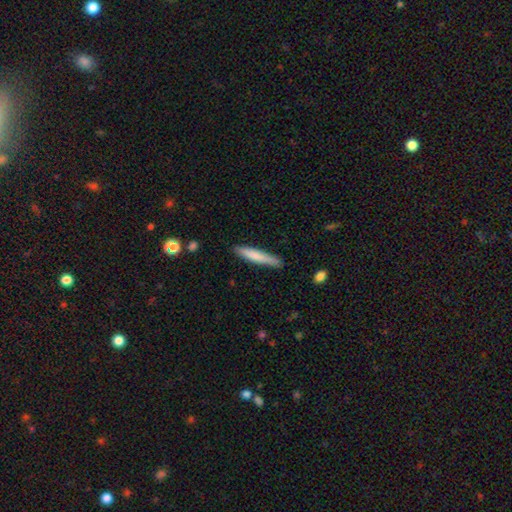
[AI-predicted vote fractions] smooth 75%, featured or disk 20%, star or artifact 5%. Down the decision tree: how rounded — cigar-shaped (93%); merging — none (85%).